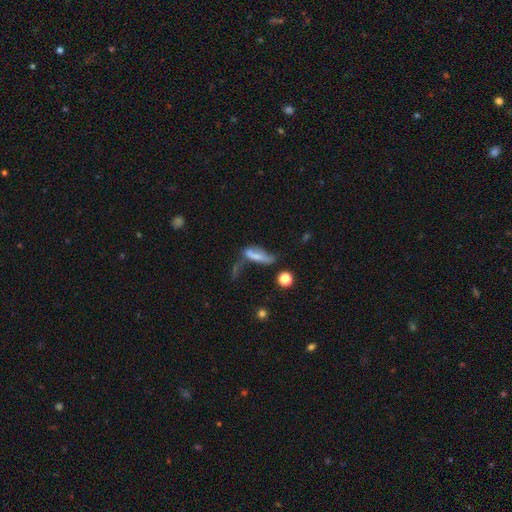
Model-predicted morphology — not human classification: This appears to be a smooth galaxy with no disk features (55%) that is in between round and cigar-shaped (48%, tied with cigar-shaped). Merging: major disturbance (35%).